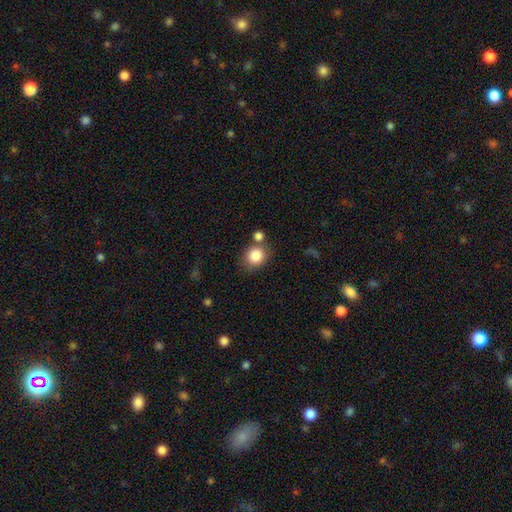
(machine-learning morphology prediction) Q: Smooth or featured?
A: smooth (85%); runner-up: star or artifact (9%)
Q: How rounded?
A: round (76%); runner-up: in between (24%)
Q: Merging?
A: none (67%); runner-up: merger (17%)